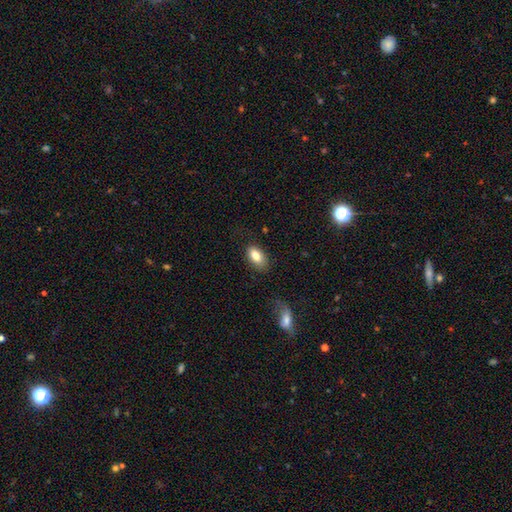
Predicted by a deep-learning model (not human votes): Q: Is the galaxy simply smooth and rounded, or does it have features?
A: smooth — 83%.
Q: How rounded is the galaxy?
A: in between — 92%.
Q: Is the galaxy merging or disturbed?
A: none — 79%.